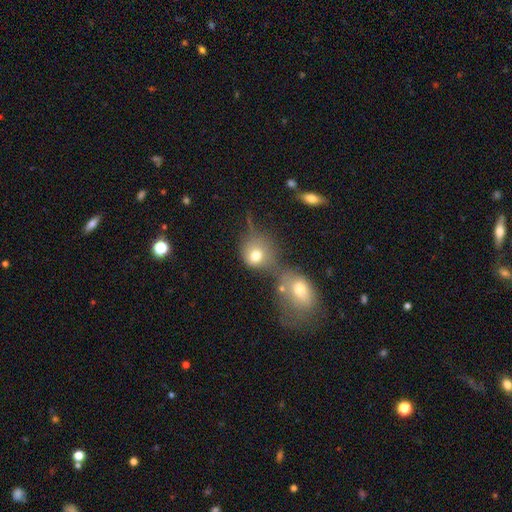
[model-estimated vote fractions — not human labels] smooth_or_featured: smooth (p=0.73) [alt: featured or disk p=0.14]
how_rounded: round (p=0.77) [alt: in between p=0.22]
merging: merger (p=0.43) [alt: none p=0.36]